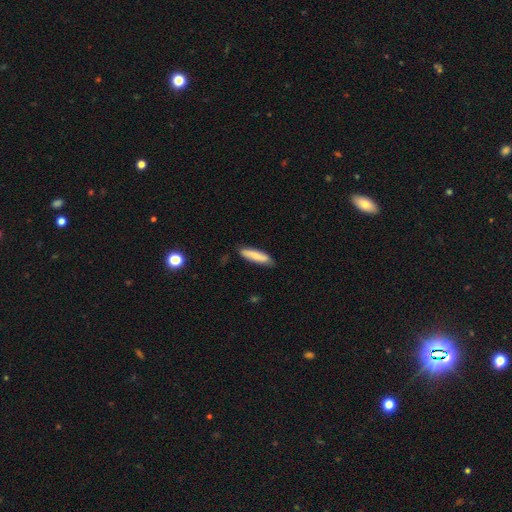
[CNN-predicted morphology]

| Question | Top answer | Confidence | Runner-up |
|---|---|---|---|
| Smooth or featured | smooth | 74% | featured or disk (21%) |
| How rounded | cigar-shaped | 74% | in between (25%) |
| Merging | none | 83% | minor disturbance (13%) |